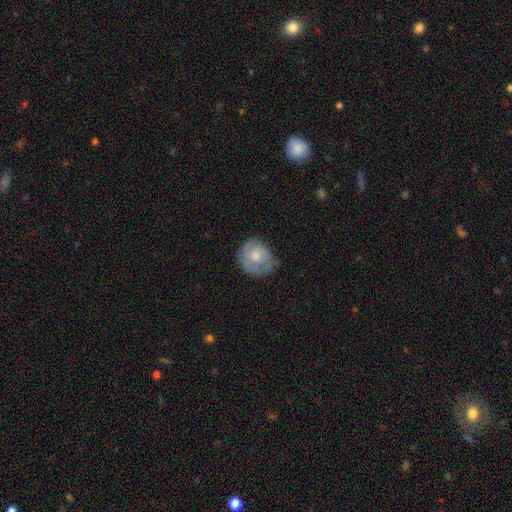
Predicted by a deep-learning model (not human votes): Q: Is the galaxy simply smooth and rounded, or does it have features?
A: smooth — 52%.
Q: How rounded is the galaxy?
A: round — 72%.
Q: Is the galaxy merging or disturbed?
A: none — 59%.